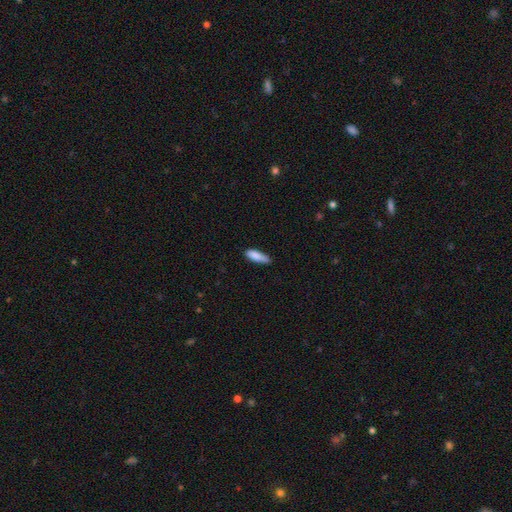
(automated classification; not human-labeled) Morphology: type=smooth (86%); roundness=in between (52%); merging=none (69%).